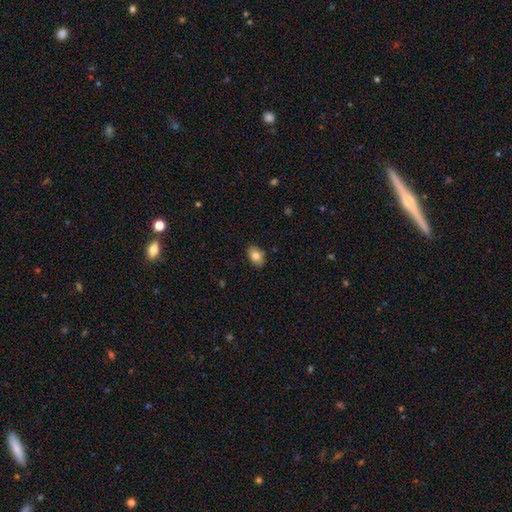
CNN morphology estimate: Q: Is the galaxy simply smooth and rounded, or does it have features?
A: smooth — 83%.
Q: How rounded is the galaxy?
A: in between — 87%.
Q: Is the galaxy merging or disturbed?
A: none — 84%.